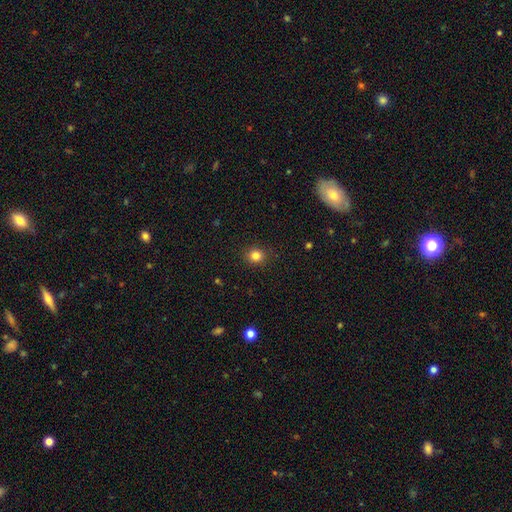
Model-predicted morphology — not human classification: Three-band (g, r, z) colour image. It shows a smooth galaxy with no disk features (82%) that is round (86%). Merging: none (91%).